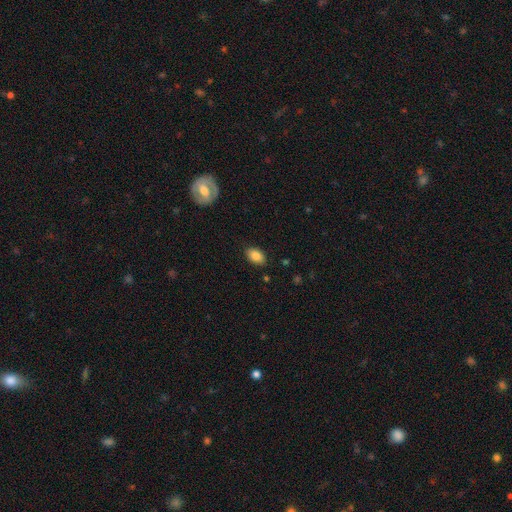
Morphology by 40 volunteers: A smooth galaxy with no disk features (88%) that is in between round and cigar-shaped (91%).

Vote fractions:
- Smooth or featured? smooth: 88% / featured or disk: 8% / star or artifact: 5%
- How rounded? in between: 91% / round: 9% / cigar-shaped: 0%
- Merging? none: 92% / minor disturbance: 5% / merger: 3% / major disturbance: 0%